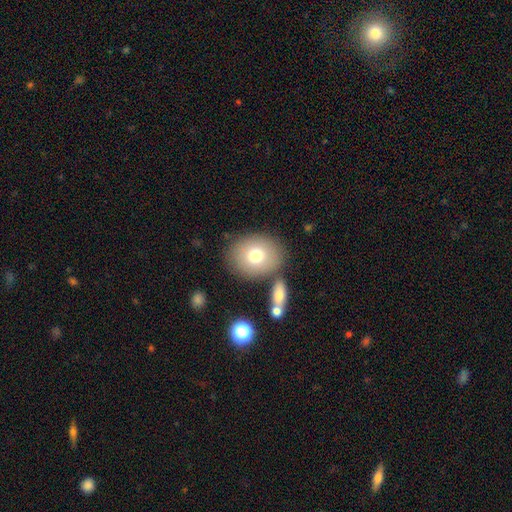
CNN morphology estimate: Smooth or featured? Predicted: smooth (p=0.75). How rounded? Predicted: round (p=0.55). Merging? Predicted: none (p=0.74).